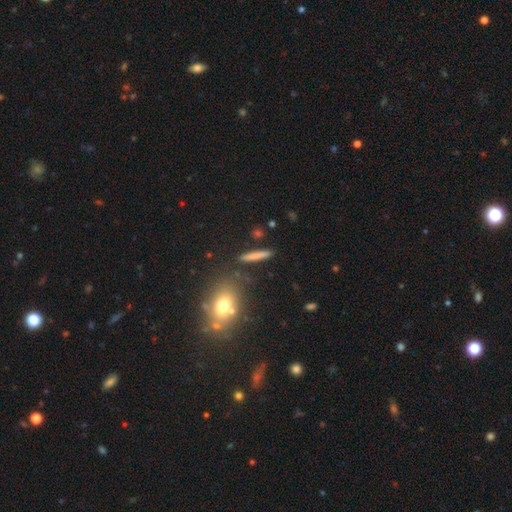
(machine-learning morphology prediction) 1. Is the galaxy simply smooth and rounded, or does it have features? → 73% smooth, 19% featured or disk, 8% star or artifact.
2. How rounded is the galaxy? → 90% cigar-shaped, 7% in between, 3% round.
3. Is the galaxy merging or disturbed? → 85% none, 9% minor disturbance, 3% merger, 2% major disturbance.